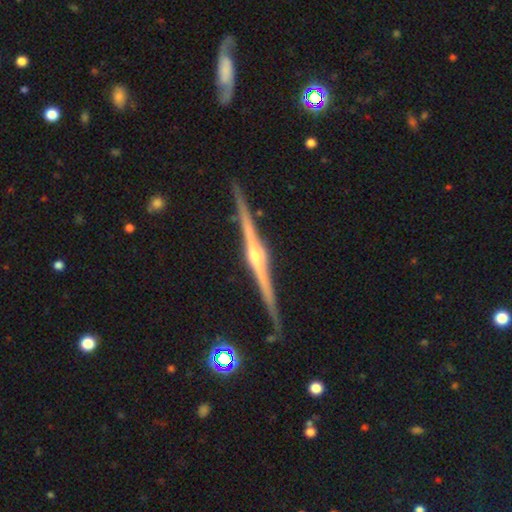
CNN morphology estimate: Smooth or featured? Predicted: featured or disk (p=0.88). Edge-on disk? Predicted: yes (p=0.98). Edge-on bulge? Predicted: rounded (p=0.90). Merging? Predicted: none (p=0.86).